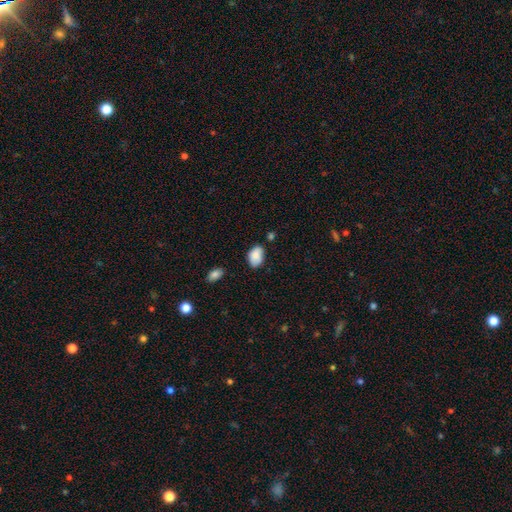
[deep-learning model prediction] Morphology: type=smooth (85%); roundness=in between (87%); merging=none (63%).